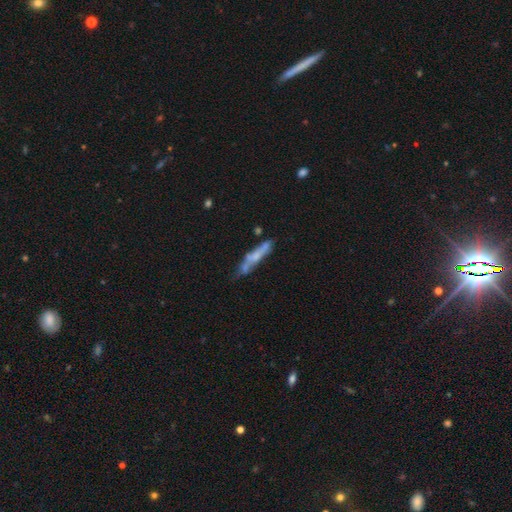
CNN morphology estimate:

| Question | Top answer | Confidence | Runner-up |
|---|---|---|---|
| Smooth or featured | featured or disk | 50% | smooth (41%) |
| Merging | none | 49% | minor disturbance (22%) |